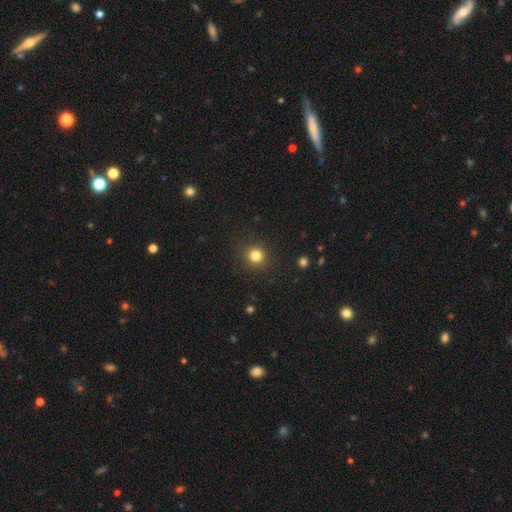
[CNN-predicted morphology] Smooth or featured?
  - smooth: 82% *
  - star or artifact: 13%
  - featured or disk: 5%
How rounded?
  - round: 90% *
  - in between: 9%
  - cigar-shaped: 1%
Merging?
  - none: 90% *
  - minor disturbance: 6%
  - major disturbance: 3%
  - merger: 1%